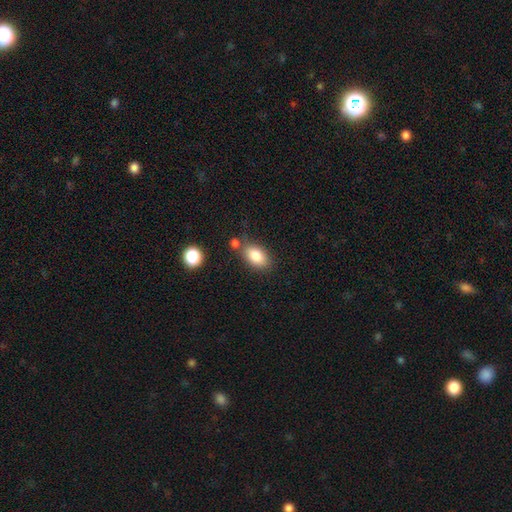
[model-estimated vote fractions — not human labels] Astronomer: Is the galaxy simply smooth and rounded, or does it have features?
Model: smooth — 83%.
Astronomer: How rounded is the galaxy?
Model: in between — 89%.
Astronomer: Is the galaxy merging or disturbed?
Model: none — 69%.